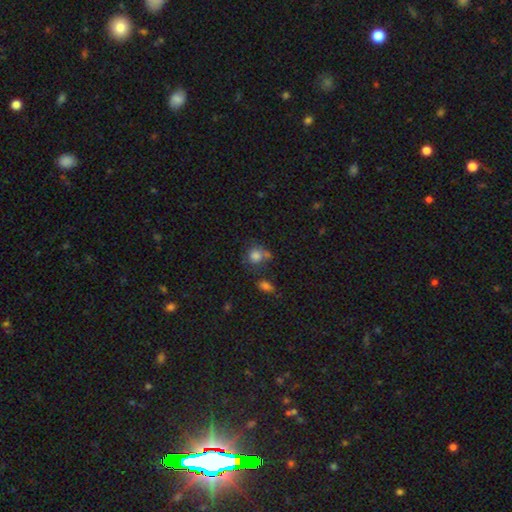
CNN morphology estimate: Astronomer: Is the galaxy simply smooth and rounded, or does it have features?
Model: smooth — 80%.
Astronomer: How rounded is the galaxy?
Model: round — 79%.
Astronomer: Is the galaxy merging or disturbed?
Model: none — 51%.